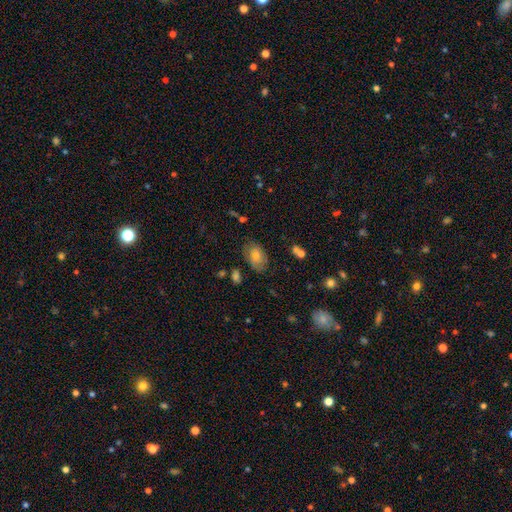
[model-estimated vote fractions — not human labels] smooth-or-featured: smooth: 57% | featured or disk: 30% | star or artifact: 13%
  how-rounded: in between: 84% | round: 15% | cigar-shaped: 2%
  merging: none: 73% | minor disturbance: 19% | major disturbance: 5% | merger: 3%